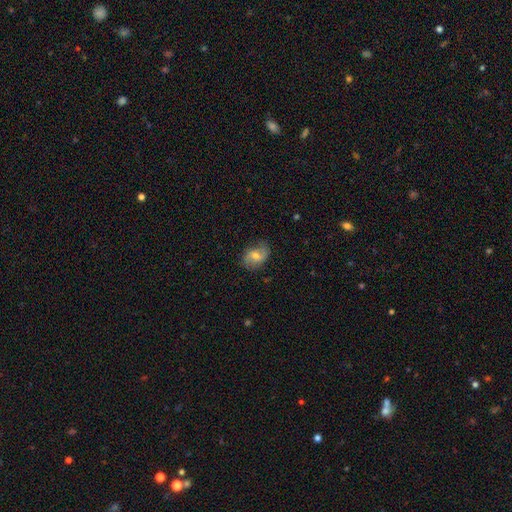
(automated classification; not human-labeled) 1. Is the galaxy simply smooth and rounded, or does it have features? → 53% featured or disk, 39% smooth, 8% star or artifact.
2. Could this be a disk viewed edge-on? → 96% no, 4% yes.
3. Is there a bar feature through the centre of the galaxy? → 47% no, 40% weak, 12% strong.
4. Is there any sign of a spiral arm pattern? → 84% yes, 16% no.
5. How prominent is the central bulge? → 59% moderate, 34% small, 3% large, 2% none, 1% dominant.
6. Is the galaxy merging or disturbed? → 73% none, 20% minor disturbance, 6% major disturbance, 1% merger.